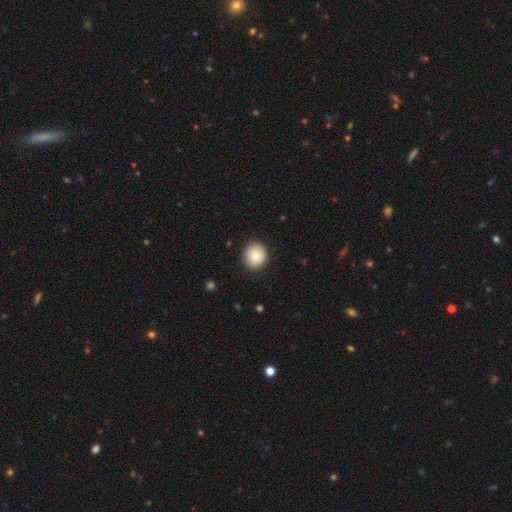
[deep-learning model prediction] This appears to be a smooth galaxy with no disk features (82%) that is round (91%). Merging: none (90%).